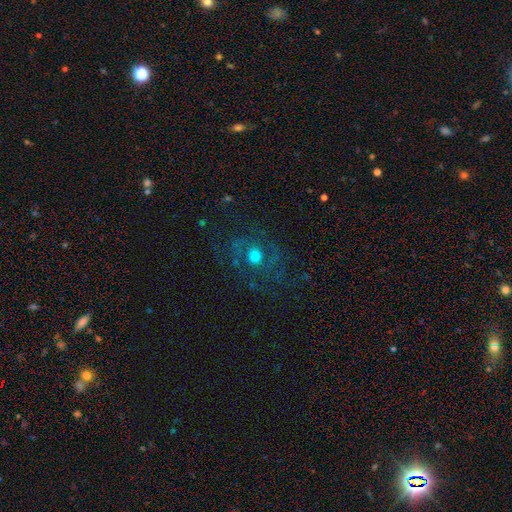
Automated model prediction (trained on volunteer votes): Smooth or featured: featured or disk — 61% (smooth — 23%)
Edge-on disk: no — 96% (yes — 4%)
Bar: no — 79% (weak — 17%)
Spiral arms: yes — 74% (no — 26%)
Bulge size: moderate — 68% (small — 17%)
Merging: none — 67% (minor disturbance — 16%)